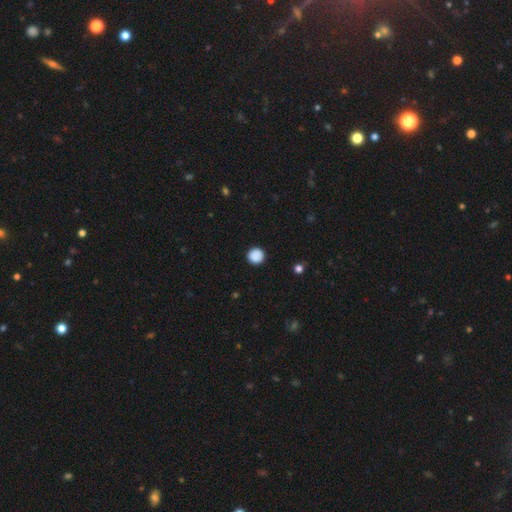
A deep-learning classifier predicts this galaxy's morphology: The model was most divided on "smooth or featured": smooth: 87%, star or artifact: 9%, featured or disk: 4%. More confident: how rounded — round (93%); merging — none (89%).